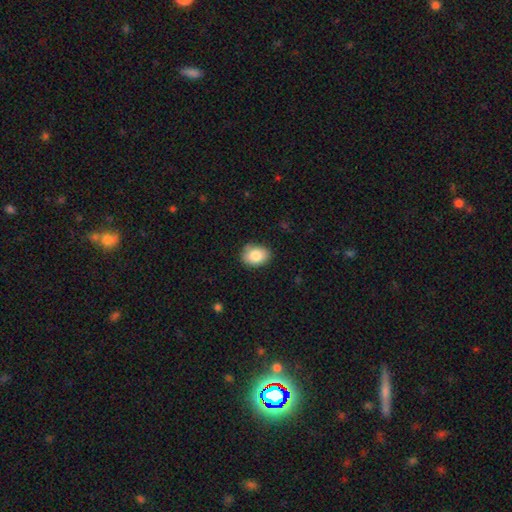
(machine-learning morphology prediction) smooth-or-featured: smooth: 85% | star or artifact: 8% | featured or disk: 7%
  how-rounded: in between: 68% | round: 31% | cigar-shaped: 1%
  merging: none: 80% | minor disturbance: 16% | major disturbance: 3% | merger: 1%